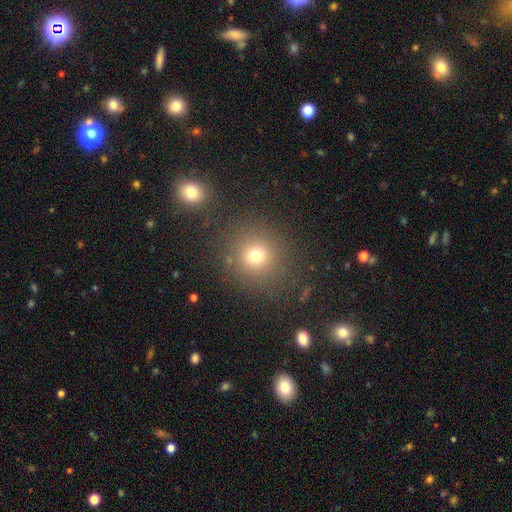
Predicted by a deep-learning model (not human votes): smooth_or_featured: smooth (p=0.71) [alt: star or artifact p=0.19]
how_rounded: round (p=0.89) [alt: in between p=0.10]
merging: none (p=0.84) [alt: minor disturbance p=0.08]